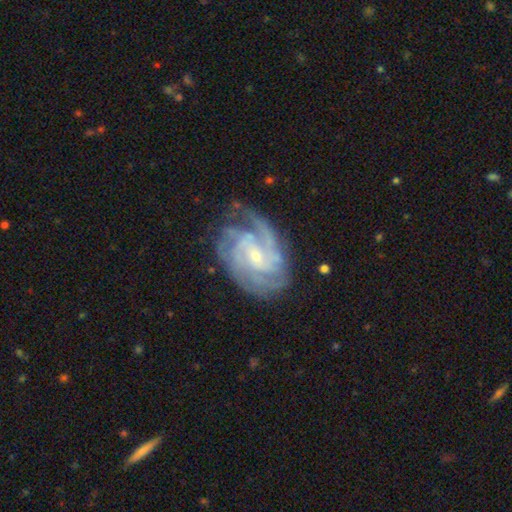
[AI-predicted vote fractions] This appears to be a featured or disk galaxy (90%) with no bar (46%), 3 (26%) tight (59%) spiral arms (98%) and a small central bulge (74%). Merging: none (70%).